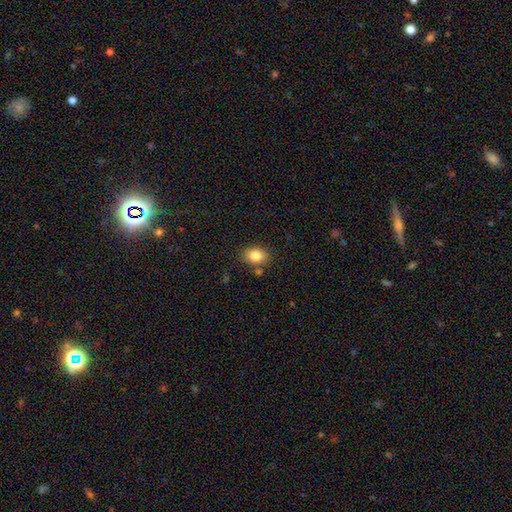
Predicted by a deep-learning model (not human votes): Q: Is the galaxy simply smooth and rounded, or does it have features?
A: smooth — 83%.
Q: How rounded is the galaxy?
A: in between — 65%.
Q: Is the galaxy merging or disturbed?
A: none — 82%.